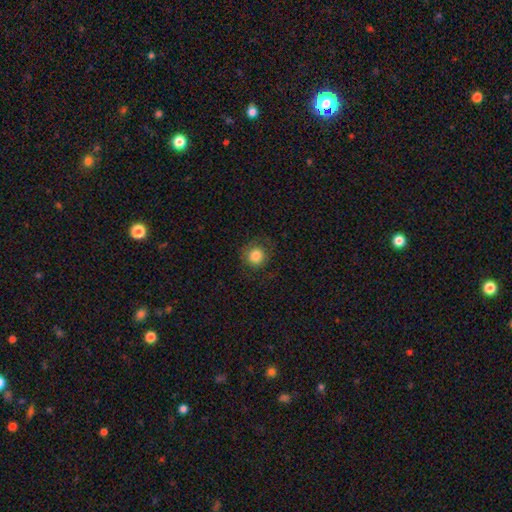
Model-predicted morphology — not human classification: The model was most divided on "merging": none: 80%, minor disturbance: 13%, major disturbance: 6%, merger: 1%. More confident: how rounded — round (91%); smooth or featured — smooth (83%).